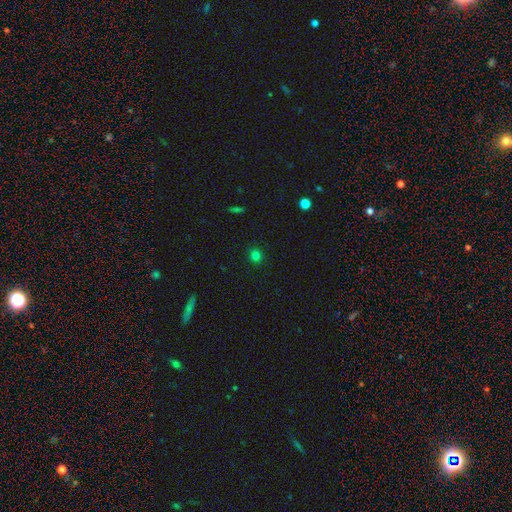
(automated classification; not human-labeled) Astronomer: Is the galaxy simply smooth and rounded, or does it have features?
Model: smooth — 79%.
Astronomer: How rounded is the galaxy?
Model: round — 85%.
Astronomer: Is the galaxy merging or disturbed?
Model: none — 90%.